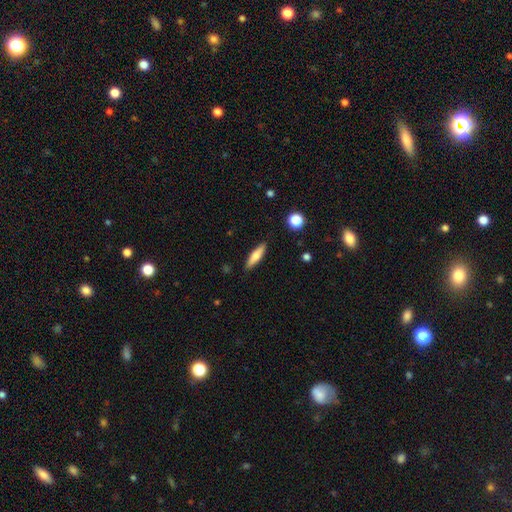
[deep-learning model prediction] smooth 67%, featured or disk 27%, star or artifact 6%. Down the decision tree: how rounded — cigar-shaped (70%); merging — none (88%).